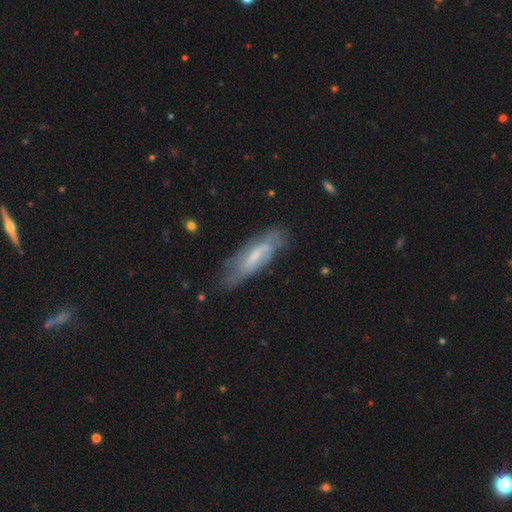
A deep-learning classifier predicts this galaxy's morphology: smooth-or-featured: featured or disk: 56% | smooth: 37% | star or artifact: 7%
  disk-edge-on: no: 71% | yes: 29%
  merging: none: 68% | minor disturbance: 22% | major disturbance: 8% | merger: 2%